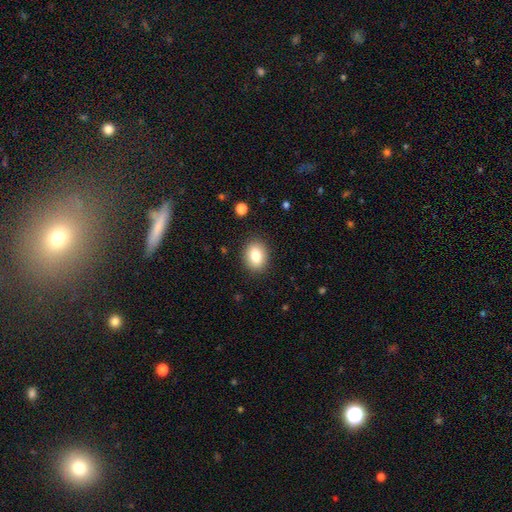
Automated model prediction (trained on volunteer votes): This appears to be a smooth galaxy with no disk features (82%) that is in between round and cigar-shaped (63%). Merging: none (88%).